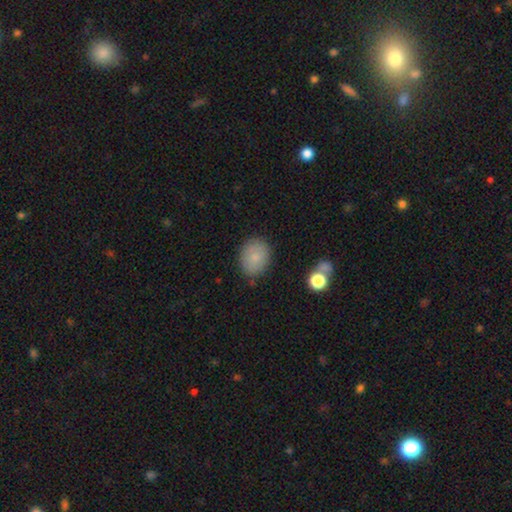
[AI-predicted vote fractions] This is clearly a smooth galaxy (82%). How rounded: possibly round (51%). Merging: clearly none (82%).